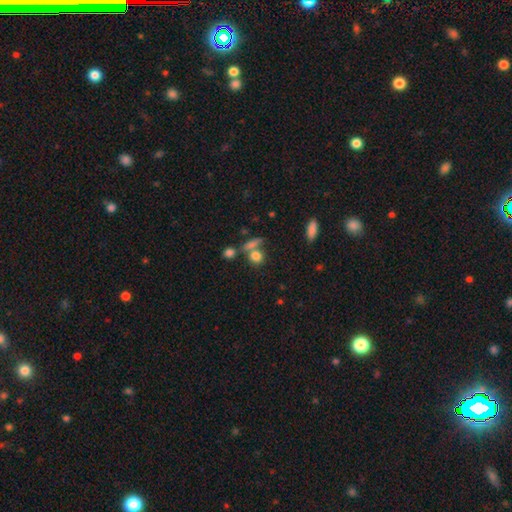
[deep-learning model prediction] smooth-or-featured: smooth: 79% | star or artifact: 12% | featured or disk: 9%
  how-rounded: round: 69% | in between: 26% | cigar-shaped: 5%
  merging: none: 53% | merger: 31% | minor disturbance: 11% | major disturbance: 5%